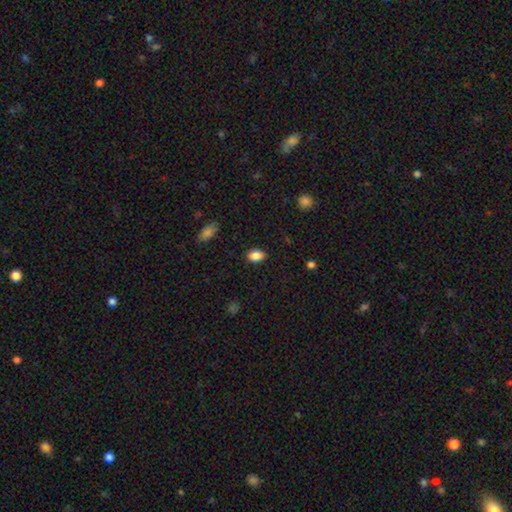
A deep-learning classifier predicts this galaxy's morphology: smooth_or_featured: smooth (p=0.87) [alt: star or artifact p=0.09]
how_rounded: in between (p=0.82) [alt: round p=0.16]
merging: none (p=0.86) [alt: minor disturbance p=0.11]